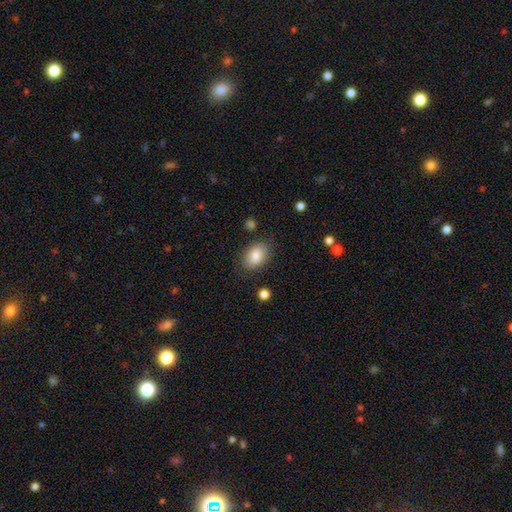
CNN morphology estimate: smooth_or_featured: smooth (p=0.85) [alt: featured or disk p=0.08]
how_rounded: in between (p=0.84) [alt: round p=0.15]
merging: none (p=0.81) [alt: minor disturbance p=0.13]